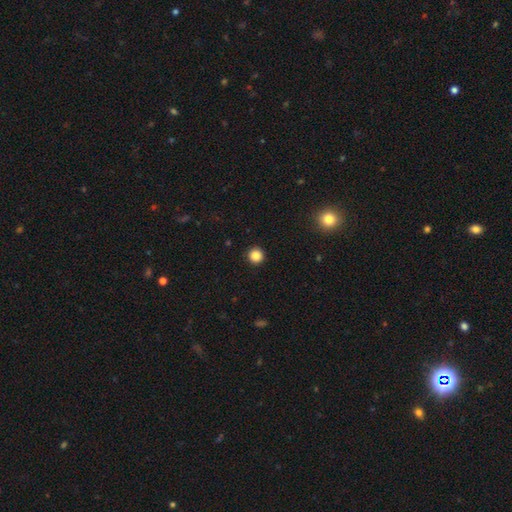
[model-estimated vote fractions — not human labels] smooth_or_featured: smooth (p=0.86) [alt: star or artifact p=0.11]
how_rounded: round (p=0.96) [alt: in between p=0.03]
merging: none (p=0.93) [alt: minor disturbance p=0.04]